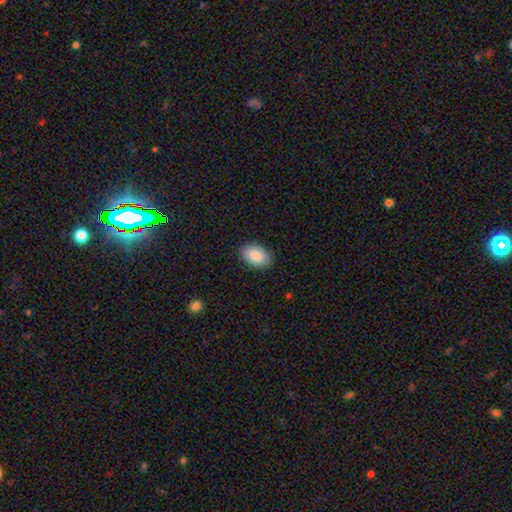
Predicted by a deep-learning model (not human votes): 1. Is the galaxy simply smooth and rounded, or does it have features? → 89% smooth, 6% star or artifact, 5% featured or disk.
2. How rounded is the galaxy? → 92% in between, 7% round, 1% cigar-shaped.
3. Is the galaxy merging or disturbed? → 88% none, 9% minor disturbance, 2% major disturbance, 1% merger.